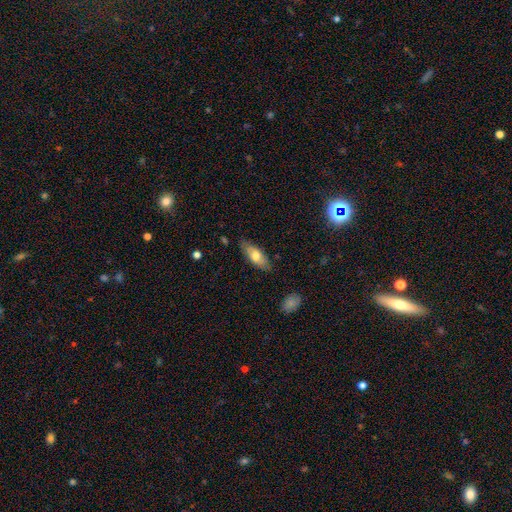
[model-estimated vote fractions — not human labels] This appears to be a smooth galaxy with no disk features (65%) that is in between round and cigar-shaped (78%). Merging: none (79%).